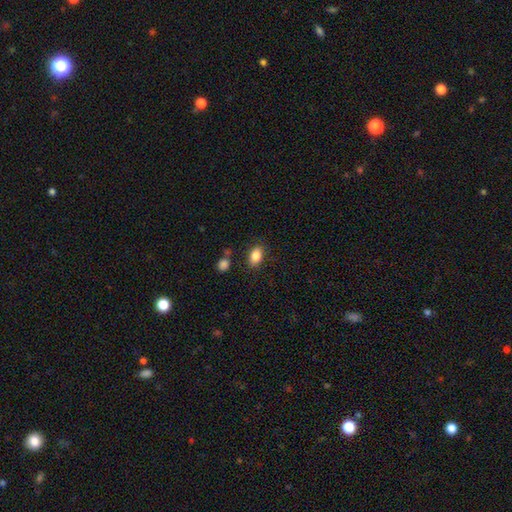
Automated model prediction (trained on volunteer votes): A smooth galaxy with no disk features (86%) that is in between round and cigar-shaped (85%). Merging: none (81%).